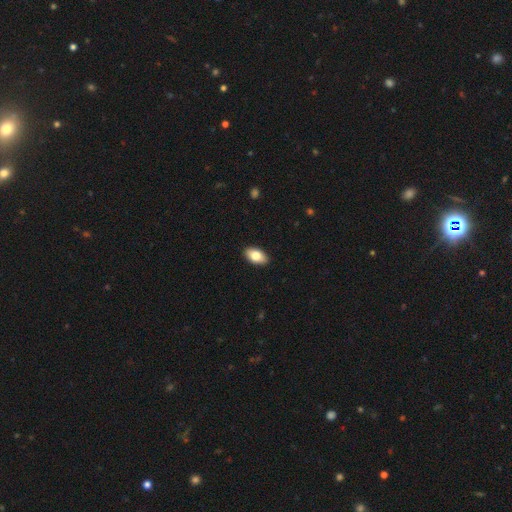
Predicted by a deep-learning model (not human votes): Smooth or featured: smooth — 81% (featured or disk — 12%)
How rounded: in between — 94% (round — 4%)
Merging: none — 90% (minor disturbance — 7%)